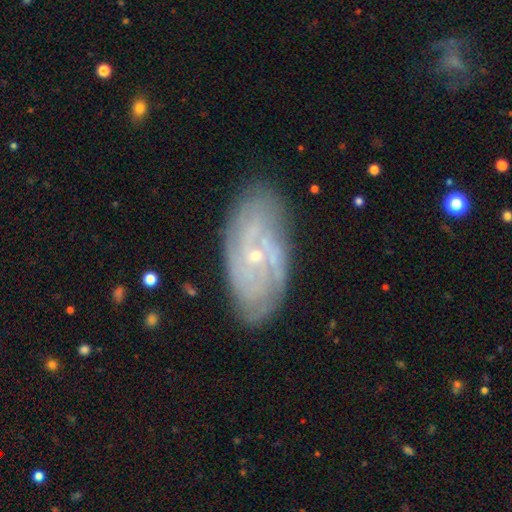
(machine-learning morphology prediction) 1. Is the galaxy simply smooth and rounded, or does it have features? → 82% featured or disk, 12% smooth, 7% star or artifact.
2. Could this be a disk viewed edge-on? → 94% no, 6% yes.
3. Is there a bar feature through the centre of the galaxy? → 70% no, 25% weak, 5% strong.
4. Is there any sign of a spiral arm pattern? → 93% yes, 7% no.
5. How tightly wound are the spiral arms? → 64% tight, 28% medium, 8% loose.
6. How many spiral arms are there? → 37% can't tell, 19% 2, 16% 3, 15% 4, 7% more than 4, 6% 1.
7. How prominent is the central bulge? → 80% small, 17% moderate, 1% none, 1% large, 1% dominant.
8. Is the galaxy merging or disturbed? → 79% none, 15% minor disturbance, 4% major disturbance, 2% merger.